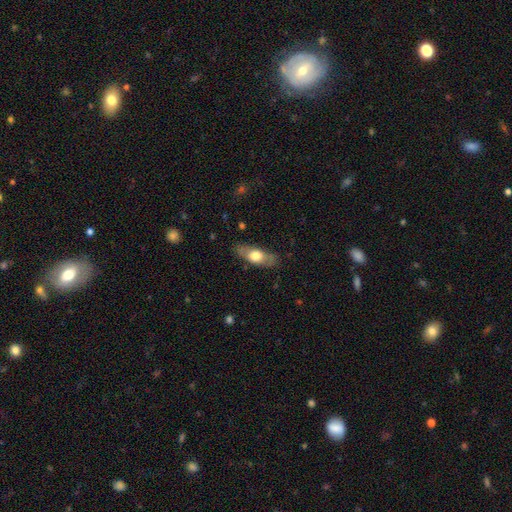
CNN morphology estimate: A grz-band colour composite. It shows a smooth galaxy with no disk features (61%) that is in between round and cigar-shaped (73%). Merging: none (80%).